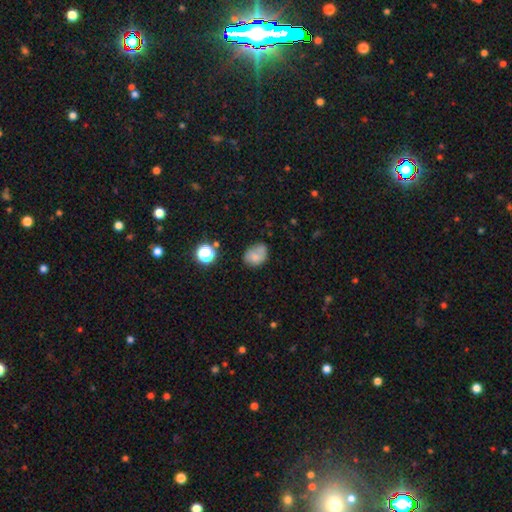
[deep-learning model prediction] Morphology: type=smooth (70%); roundness=in between (55%); merging=none (51%).